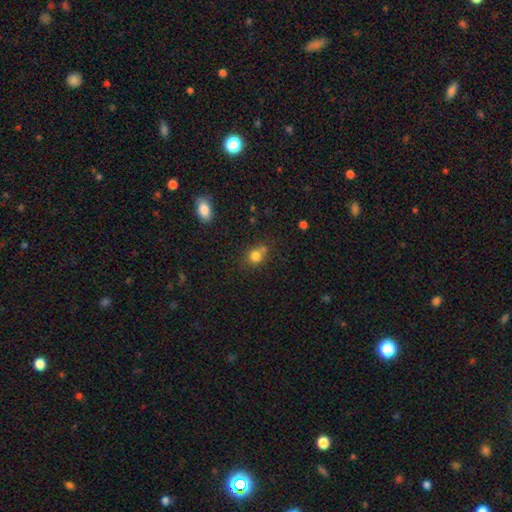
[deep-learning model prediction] Smooth or featured? smooth (80%)
How rounded? round (76%)
Merging? none (58%)